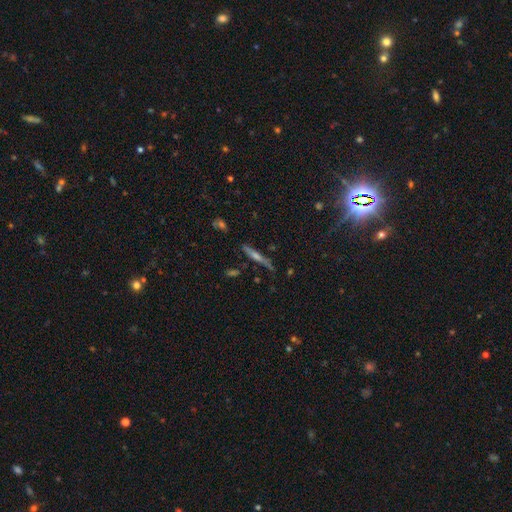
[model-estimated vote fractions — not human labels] Morphology: type=featured or disk (66%); edge-on=yes (95%); edge-on bulge=rounded (74%); merging=none (80%).